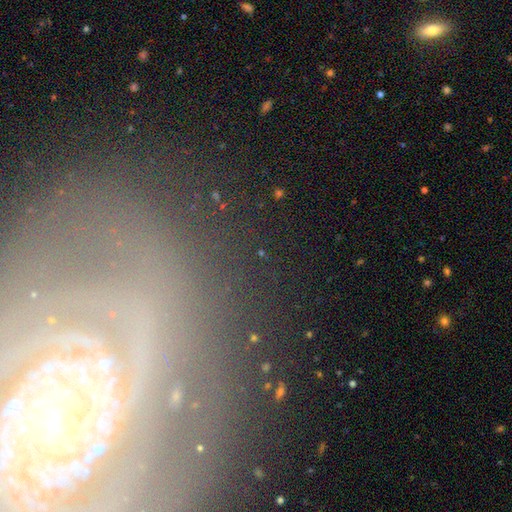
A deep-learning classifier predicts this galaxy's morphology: featured or disk 66%, star or artifact 19%, smooth 14%. Down the decision tree: edge-on disk — no (89%); bar — no (54%); spiral arms — yes (83%); bulge size — small (57%); merging — none (77%).